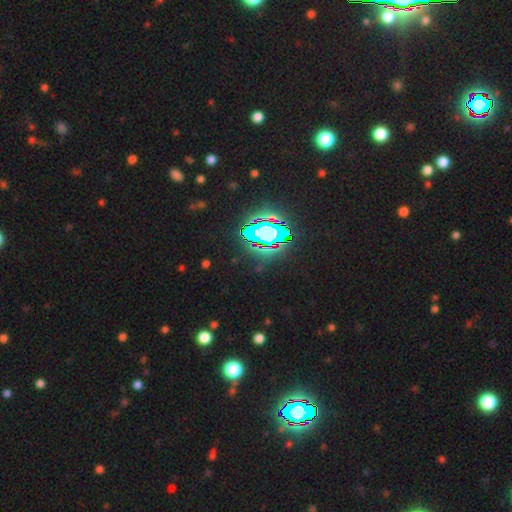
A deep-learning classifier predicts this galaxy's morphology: A star or artifact, not a galaxy (84%).

Vote fractions:
- Smooth or featured? star or artifact: 84% / smooth: 9% / featured or disk: 7%